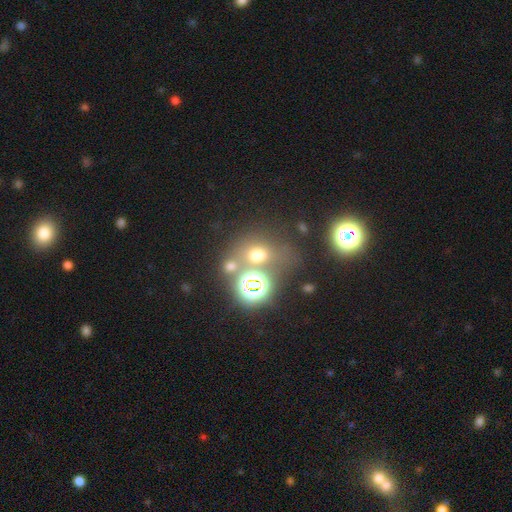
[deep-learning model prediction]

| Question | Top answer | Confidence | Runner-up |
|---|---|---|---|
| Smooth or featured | smooth | 56% | star or artifact (32%) |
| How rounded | round | 62% | in between (37%) |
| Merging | none | 55% | merger (26%) |